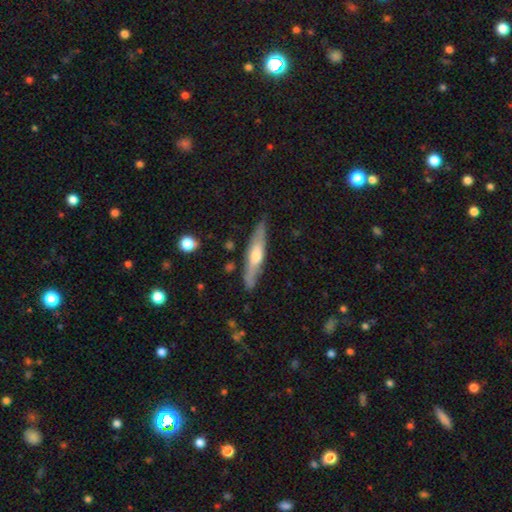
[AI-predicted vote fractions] smooth_or_featured: featured or disk (p=0.59) [alt: smooth p=0.35]
disk_edge_on: yes (p=0.89) [alt: no p=0.11]
edge_on_bulge: rounded (p=0.84) [alt: none p=0.09]
merging: none (p=0.83) [alt: minor disturbance p=0.12]